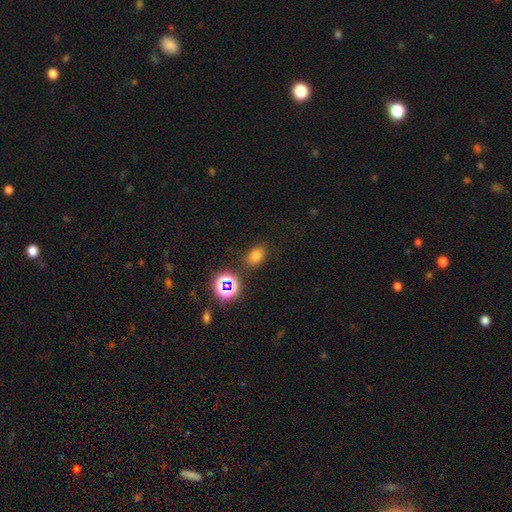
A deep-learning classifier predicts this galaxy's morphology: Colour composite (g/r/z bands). It shows a smooth galaxy with no disk features (72%) that is in between round and cigar-shaped (75%). Merging: none (81%).